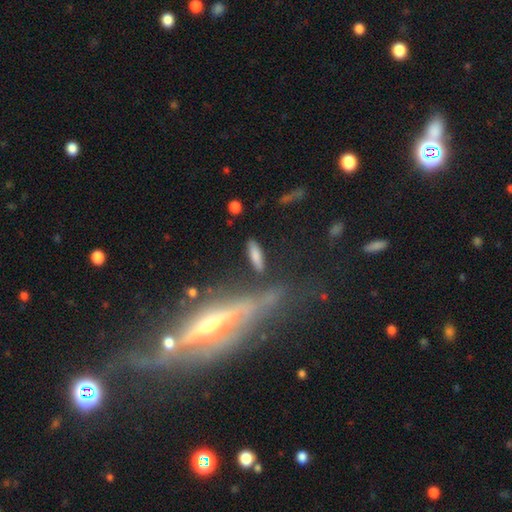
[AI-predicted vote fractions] The model was most divided on "how rounded": cigar-shaped: 56%, in between: 41%, round: 3%. More confident: merging — none (80%); smooth or featured — smooth (78%).